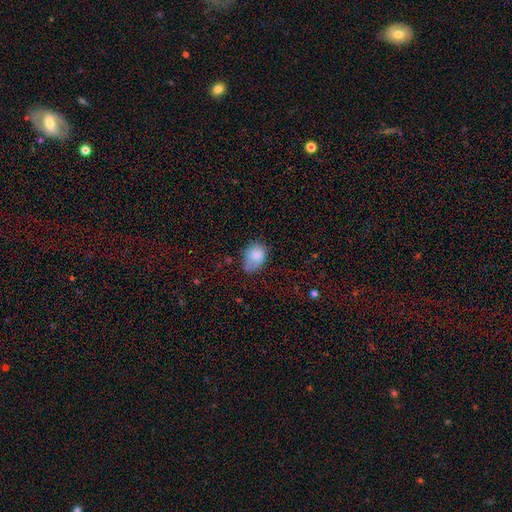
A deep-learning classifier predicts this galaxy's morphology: This is clearly a smooth galaxy (83%). How rounded: likely in between (72%). Merging: possibly none (51%).